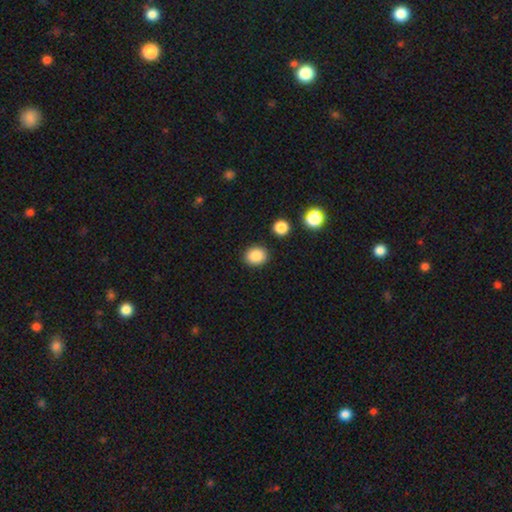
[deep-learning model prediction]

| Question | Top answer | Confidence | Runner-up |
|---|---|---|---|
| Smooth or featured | smooth | 87% | star or artifact (9%) |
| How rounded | round | 62% | in between (37%) |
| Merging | none | 88% | minor disturbance (7%) |